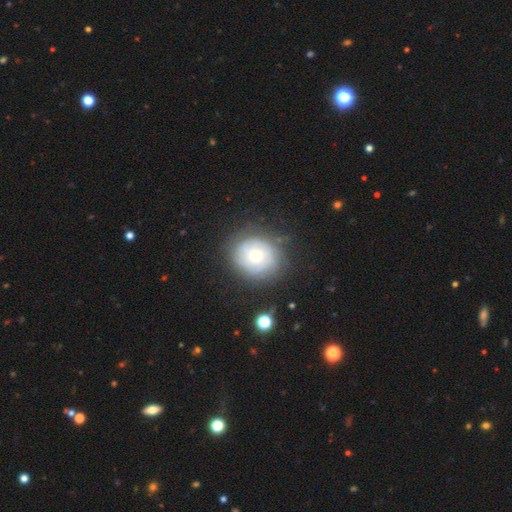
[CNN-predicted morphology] This is possibly a featured or disk galaxy (59%). It is clearly not viewed edge-on (97%). Bar: clearly no (84%). Spiral arm pattern: likely yes (78%). Central bulge: possibly small (49%). Merging: likely none (73%).